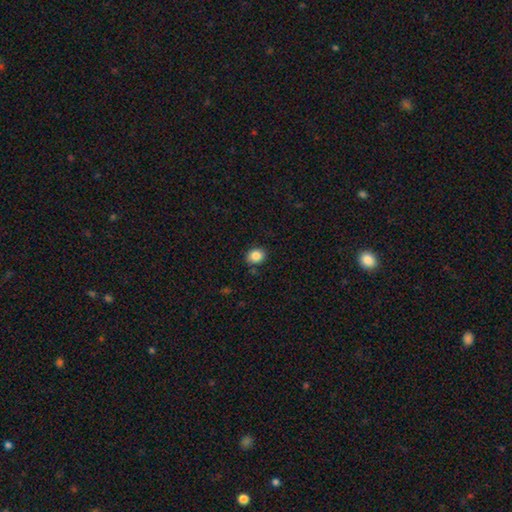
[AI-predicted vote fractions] This is clearly a smooth galaxy (84%). How rounded: likely round (64%). Merging: clearly none (85%).